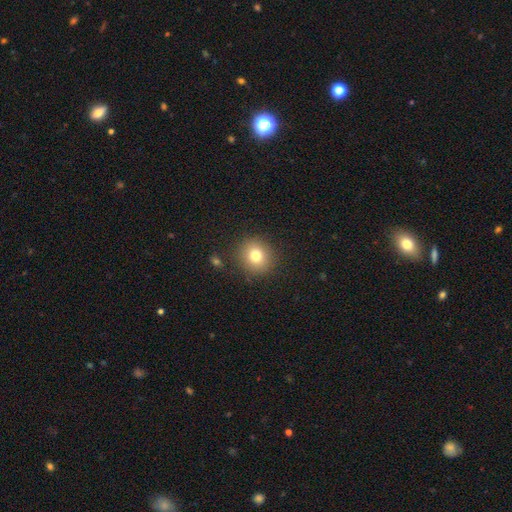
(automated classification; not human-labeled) This is likely a smooth galaxy (77%). How rounded: clearly round (88%). Merging: clearly none (88%).